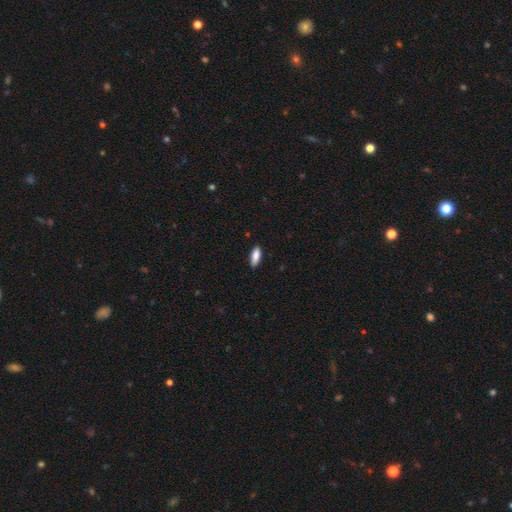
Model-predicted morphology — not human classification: A smooth galaxy with no disk features (87%) that is in between round and cigar-shaped (72%).

Vote fractions:
- Smooth or featured? smooth: 87% / featured or disk: 7% / star or artifact: 6%
- How rounded? in between: 72% / cigar-shaped: 26% / round: 2%
- Merging? none: 87% / minor disturbance: 10% / major disturbance: 2% / merger: 1%